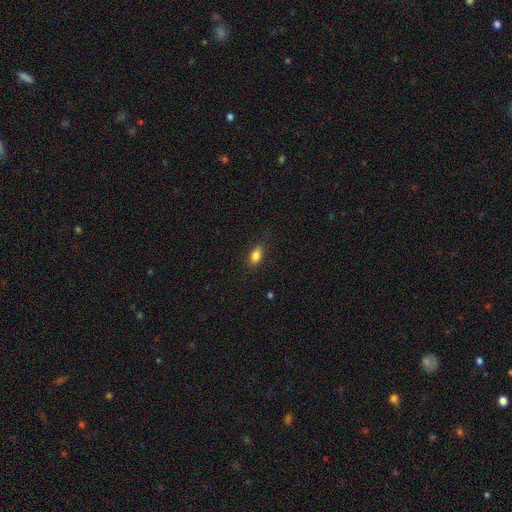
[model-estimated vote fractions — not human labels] smooth_or_featured: smooth (p=0.83) [alt: star or artifact p=0.09]
how_rounded: in between (p=0.85) [alt: round p=0.08]
merging: none (p=0.82) [alt: minor disturbance p=0.14]